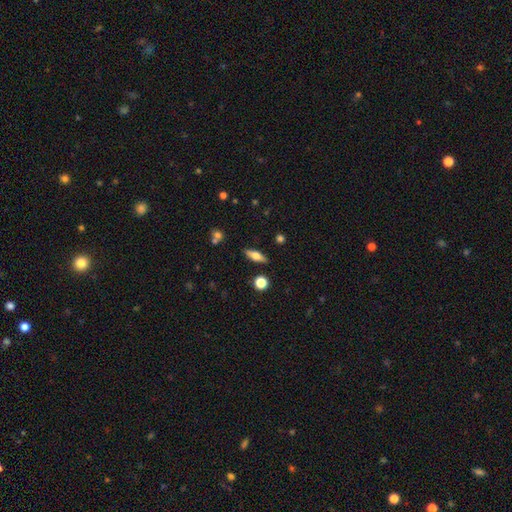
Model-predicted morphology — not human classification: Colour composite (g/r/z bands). It shows a smooth galaxy with no disk features (52%) that is in between round and cigar-shaped (53%). Merging: none (85%).